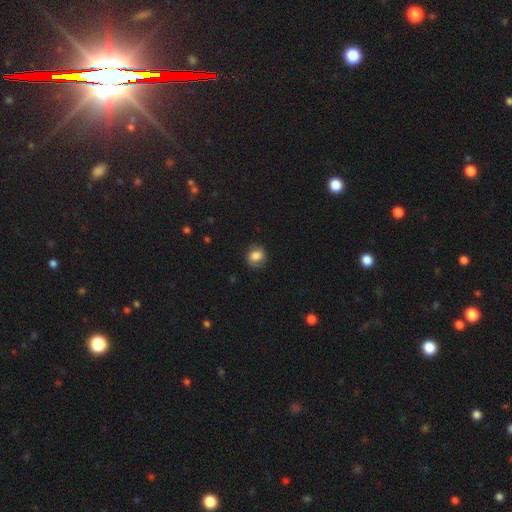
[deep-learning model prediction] Overall: smooth (77%). How rounded: round (76%). Merging: none (80%).